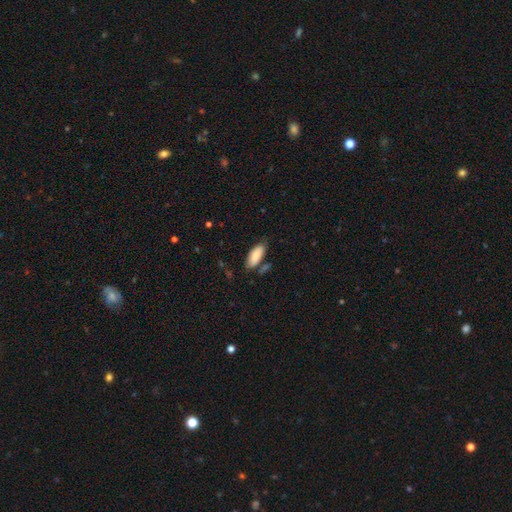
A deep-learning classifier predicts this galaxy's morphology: smooth-or-featured: smooth: 86% | featured or disk: 8% | star or artifact: 6%
  how-rounded: in between: 83% | cigar-shaped: 16% | round: 2%
  merging: none: 71% | minor disturbance: 18% | merger: 7% | major disturbance: 4%